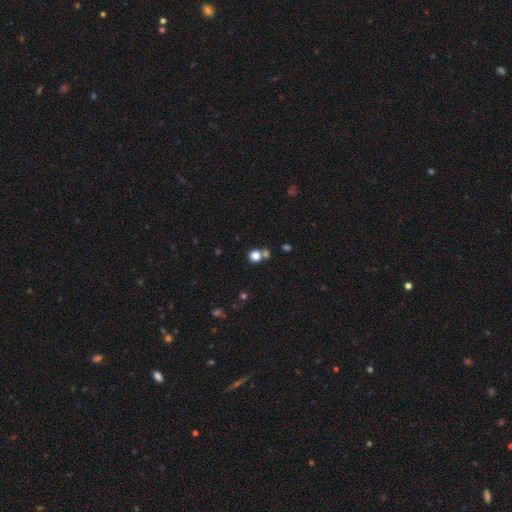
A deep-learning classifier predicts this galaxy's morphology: Smooth or featured? smooth (80%)
How rounded? round (88%)
Merging? none (62%)